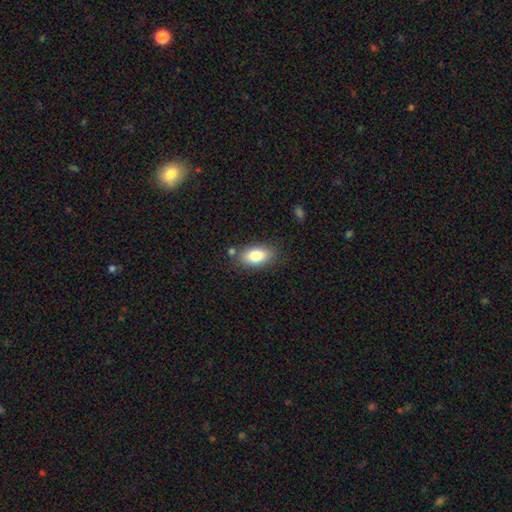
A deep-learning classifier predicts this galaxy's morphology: smooth_or_featured: smooth (p=0.81) [alt: featured or disk p=0.11]
how_rounded: in between (p=0.90) [alt: round p=0.06]
merging: none (p=0.80) [alt: minor disturbance p=0.12]